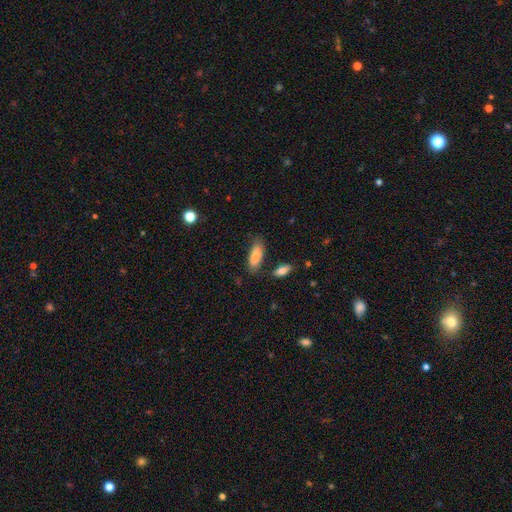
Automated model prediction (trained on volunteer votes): Q: Smooth or featured?
A: smooth (85%); runner-up: featured or disk (9%)
Q: How rounded?
A: in between (66%); runner-up: cigar-shaped (32%)
Q: Merging?
A: none (72%); runner-up: minor disturbance (17%)